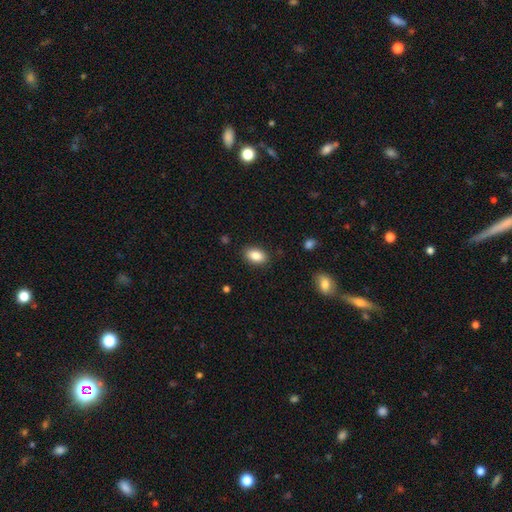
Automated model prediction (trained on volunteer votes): Smooth or featured? Predicted: smooth (p=0.86). How rounded? Predicted: in between (p=0.90). Merging? Predicted: none (p=0.87).